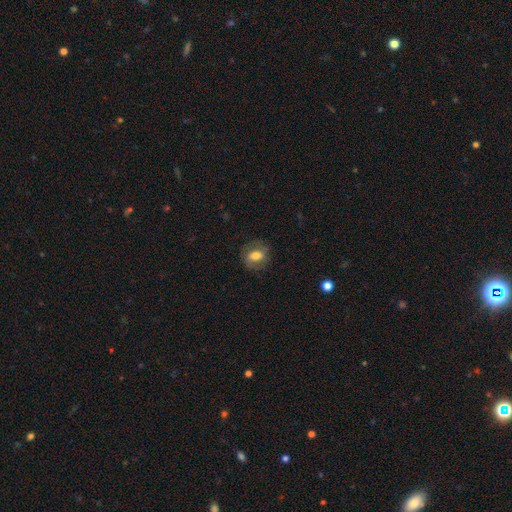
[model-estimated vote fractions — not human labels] Morphology: type=smooth (66%); roundness=in between (60%); merging=none (78%).